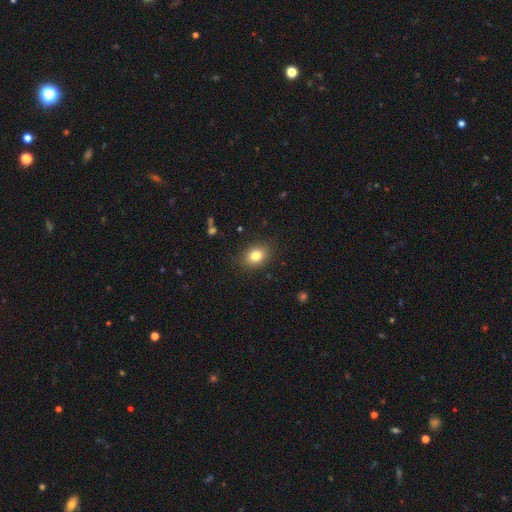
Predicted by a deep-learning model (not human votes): This is clearly a smooth galaxy (81%). How rounded: likely in between (61%). Merging: clearly none (87%).